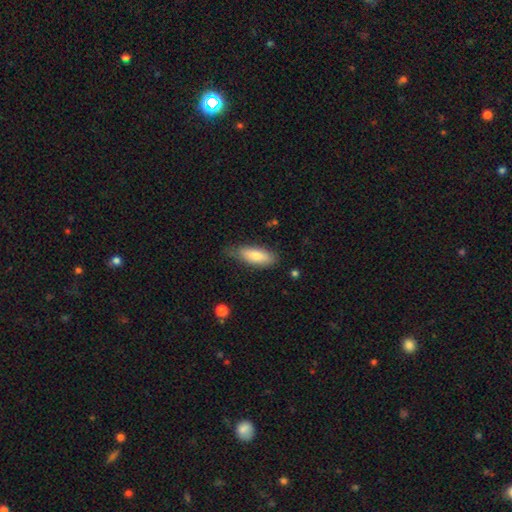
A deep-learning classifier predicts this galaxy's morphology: Smooth or featured: smooth — 77% (featured or disk — 17%)
How rounded: in between — 68% (cigar-shaped — 30%)
Merging: none — 66% (minor disturbance — 27%)